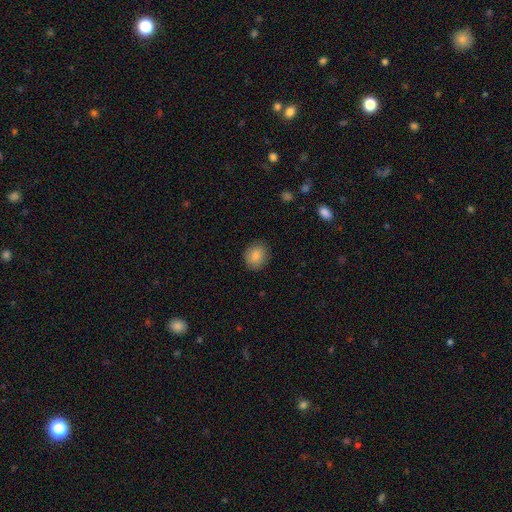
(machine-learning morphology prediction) type=smooth (86%); roundness=round (65%); merging=none (86%).